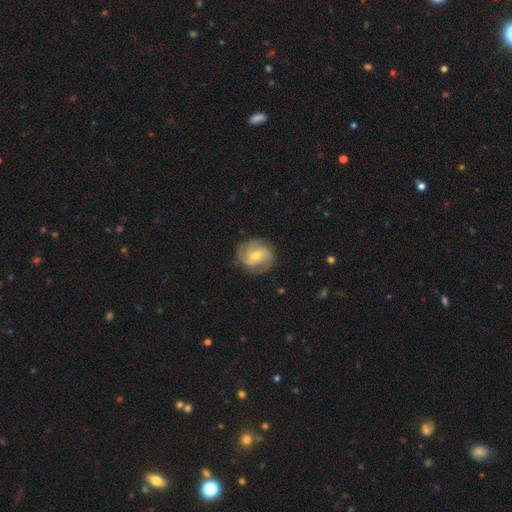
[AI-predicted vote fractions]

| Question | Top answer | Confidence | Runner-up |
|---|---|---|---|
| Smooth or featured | featured or disk | 74% | smooth (19%) |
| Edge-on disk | no | 97% | yes (3%) |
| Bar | weak | 47% | no (34%) |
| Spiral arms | yes | 90% | no (10%) |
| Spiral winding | tight | 44% | medium (41%) |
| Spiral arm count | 2 | 49% | 3 (22%) |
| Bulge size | moderate | 58% | small (38%) |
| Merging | none | 81% | minor disturbance (13%) |